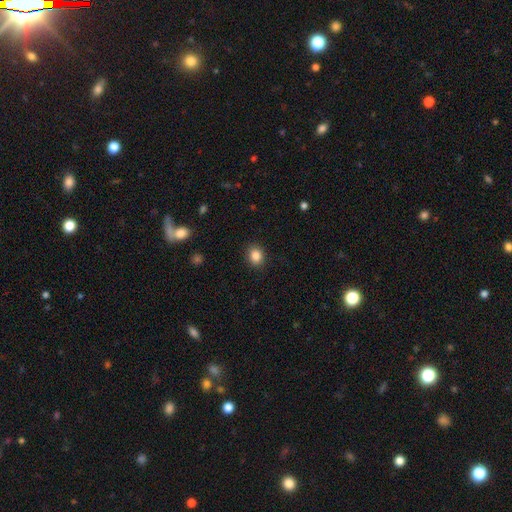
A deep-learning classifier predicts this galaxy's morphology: Smooth or featured? Predicted: smooth (p=0.86). How rounded? Predicted: round (p=0.61). Merging? Predicted: none (p=0.89).